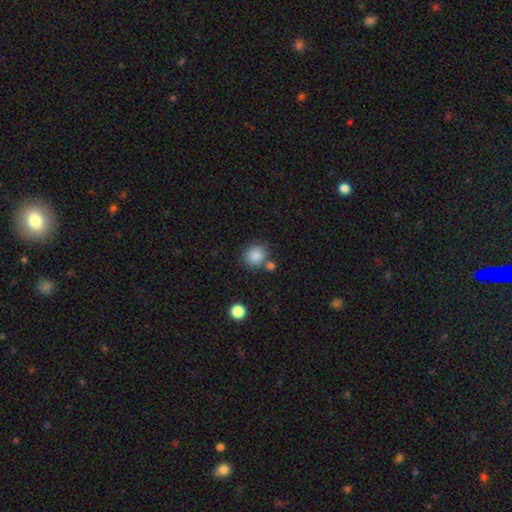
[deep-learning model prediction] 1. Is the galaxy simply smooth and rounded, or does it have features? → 86% smooth, 9% star or artifact, 4% featured or disk.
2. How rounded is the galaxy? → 84% round, 15% in between, 1% cigar-shaped.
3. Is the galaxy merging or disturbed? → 72% none, 13% merger, 11% minor disturbance, 4% major disturbance.